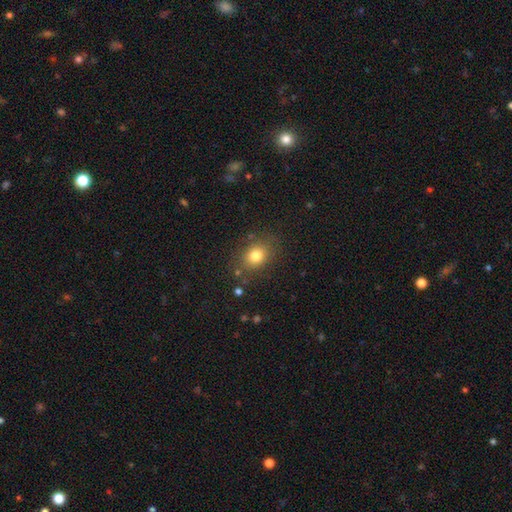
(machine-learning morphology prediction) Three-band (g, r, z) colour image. It shows a smooth galaxy with no disk features (79%) that is in between round and cigar-shaped (54%). Merging: none (80%).